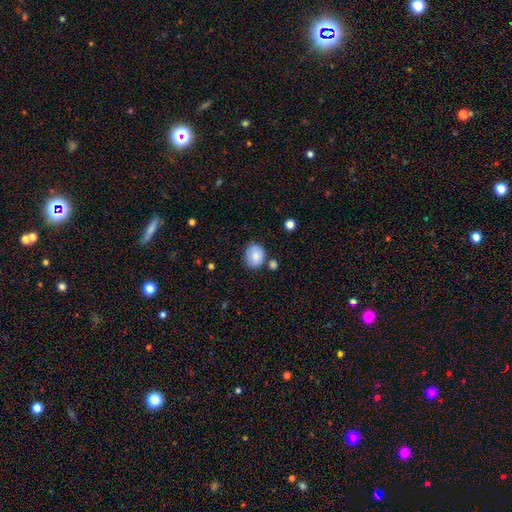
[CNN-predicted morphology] type=smooth (82%); roundness=round (68%); merging=none (69%).